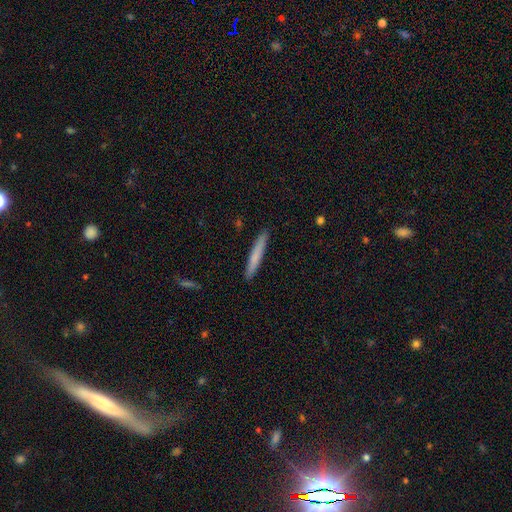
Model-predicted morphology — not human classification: smooth-or-featured: smooth: 70% | featured or disk: 24% | star or artifact: 5%
  how-rounded: cigar-shaped: 96% | in between: 3% | round: 1%
  merging: none: 91% | minor disturbance: 7% | major disturbance: 1% | merger: 1%